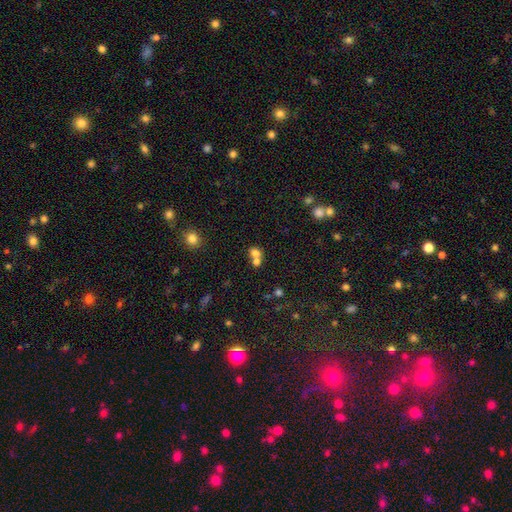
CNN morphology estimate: A smooth galaxy with no disk features (73%) that is round (67%).

Vote fractions:
- Smooth or featured? smooth: 73% / star or artifact: 14% / featured or disk: 13%
- How rounded? round: 67% / in between: 31% / cigar-shaped: 1%
- Merging? merger: 60% / none: 31% / minor disturbance: 6% / major disturbance: 3%